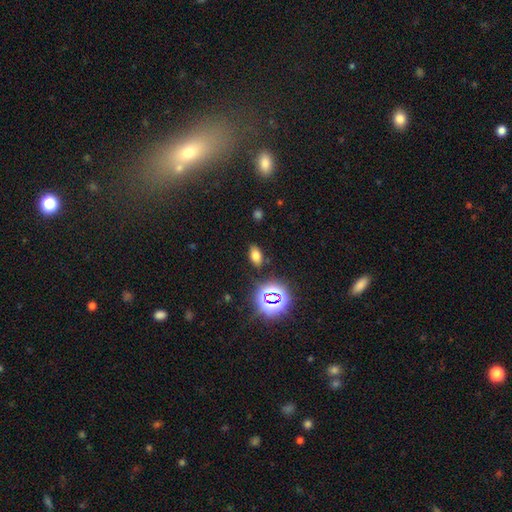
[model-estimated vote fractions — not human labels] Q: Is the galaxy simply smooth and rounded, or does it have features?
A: smooth — 67%.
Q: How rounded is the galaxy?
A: in between — 87%.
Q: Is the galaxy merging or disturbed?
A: none — 85%.